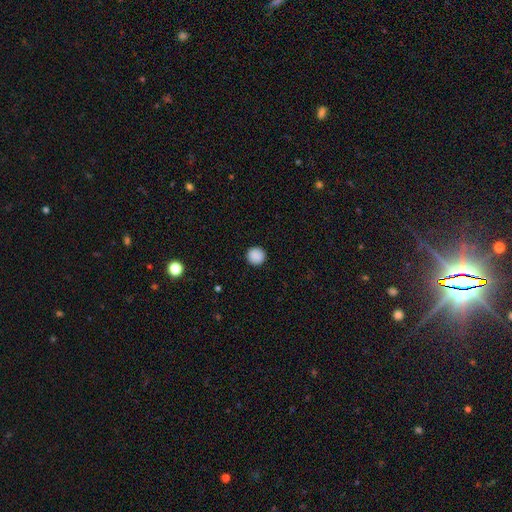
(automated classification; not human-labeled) This appears to be a smooth galaxy with no disk features (89%) that is round (95%). Merging: none (93%).